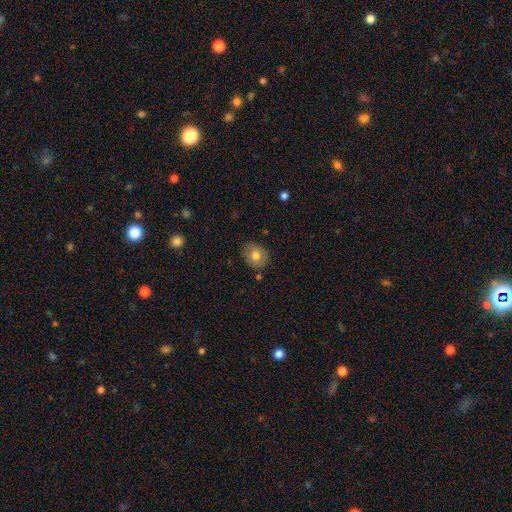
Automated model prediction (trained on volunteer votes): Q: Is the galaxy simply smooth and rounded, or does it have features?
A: smooth — 74%.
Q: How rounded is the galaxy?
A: round — 53%.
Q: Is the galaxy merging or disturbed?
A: none — 81%.